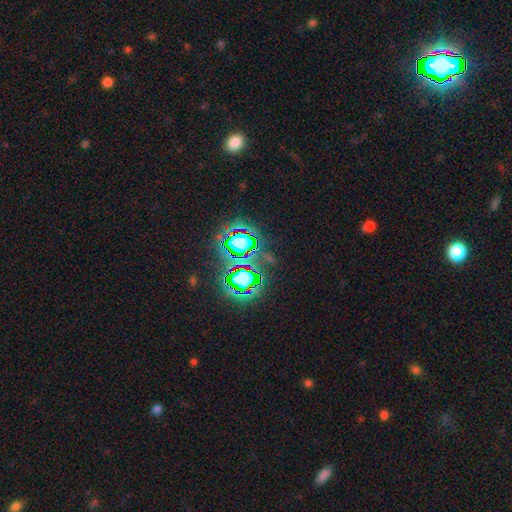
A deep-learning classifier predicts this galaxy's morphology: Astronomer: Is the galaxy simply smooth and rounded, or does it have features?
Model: star or artifact — 78%.